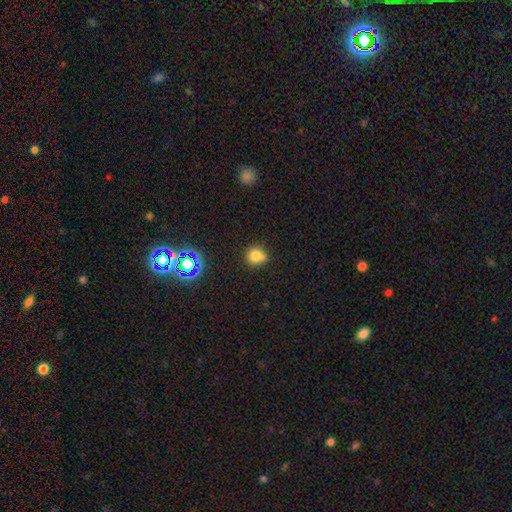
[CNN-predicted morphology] Q: Smooth or featured?
A: smooth (77%); runner-up: star or artifact (15%)
Q: How rounded?
A: round (84%); runner-up: in between (15%)
Q: Merging?
A: none (60%); runner-up: minor disturbance (21%)